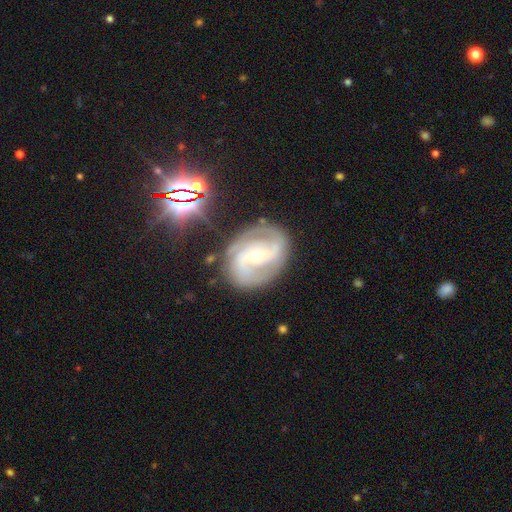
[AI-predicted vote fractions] The model was most divided on "bar": weak: 39%, no: 33%, strong: 28%. Remaining: edge-on disk — no (97%); spiral arms — yes (96%); smooth or featured — featured or disk (85%); merging — none (76%); spiral arm count — 2 (70%); bulge size — small (55%); spiral winding — medium (48%).